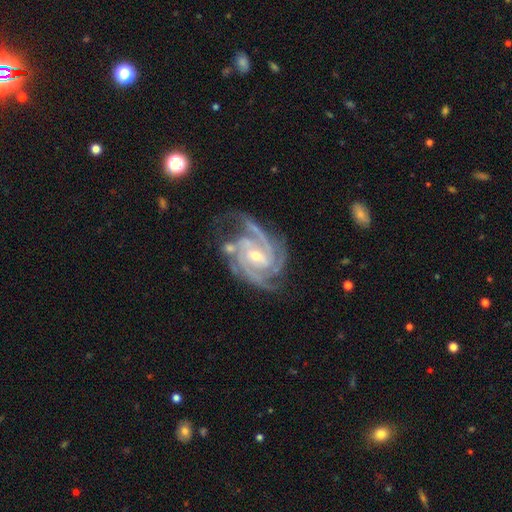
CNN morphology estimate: featured or disk 93%, star or artifact 4%, smooth 2%. Down the decision tree: edge-on disk — no (98%); bar — weak (43%); spiral arms — yes (99%); spiral arm count — 3 (45%); spiral winding — tight (58%); bulge size — small (59%); merging — none (65%).